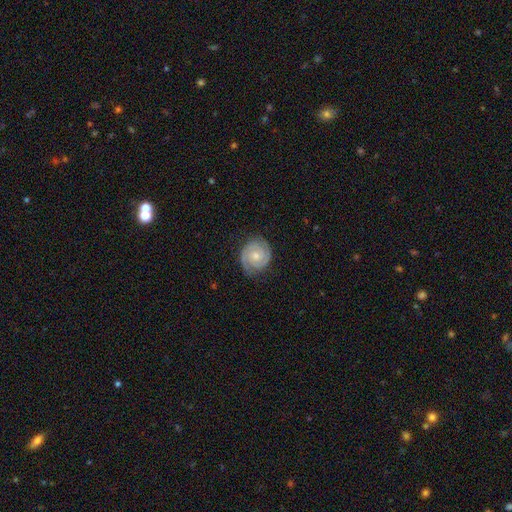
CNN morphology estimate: This is clearly a featured or disk galaxy (80%). It is clearly not viewed edge-on (98%). Bar: likely no (70%). Spiral arm pattern: clearly yes (96%). Spiral arm count: likely 2 (79%). Spiral winding: likely tight (73%). Central bulge: possibly moderate (47%). Merging: likely none (80%).